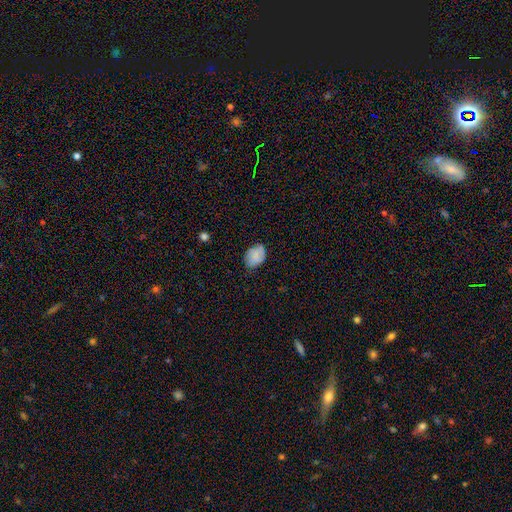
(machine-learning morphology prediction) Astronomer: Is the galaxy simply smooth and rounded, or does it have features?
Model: smooth — 76%.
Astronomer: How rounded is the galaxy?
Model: in between — 75%.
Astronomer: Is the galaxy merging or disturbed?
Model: none — 67%.